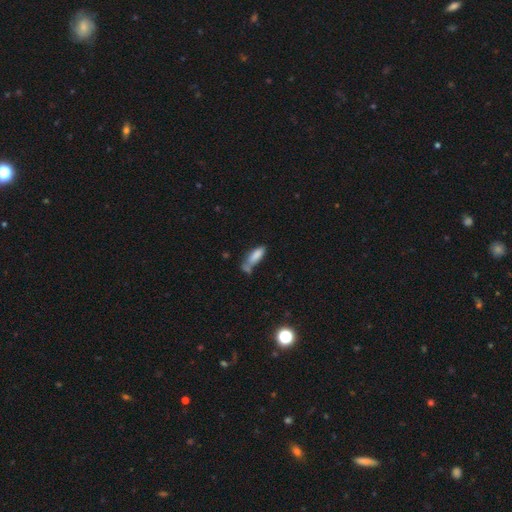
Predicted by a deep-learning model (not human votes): Overall: smooth (81%). How rounded: in between (58%; cigar-shaped 40%). Merging: none (36%; merger 28%).